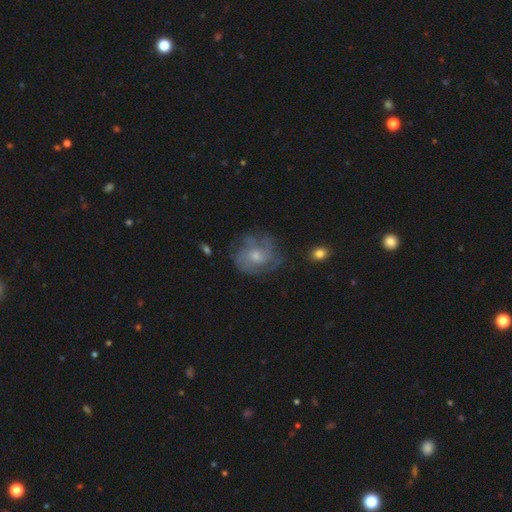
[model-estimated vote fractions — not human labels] Q: Smooth or featured?
A: featured or disk (71%); runner-up: smooth (18%)
Q: Edge-on disk?
A: no (97%); runner-up: yes (3%)
Q: Bar?
A: no (70%); runner-up: weak (27%)
Q: Spiral arms?
A: yes (88%); runner-up: no (12%)
Q: Spiral winding?
A: tight (47%); runner-up: medium (40%)
Q: Spiral arm count?
A: can't tell (38%); runner-up: 3 (23%)
Q: Bulge size?
A: moderate (48%); runner-up: small (46%)
Q: Merging?
A: none (73%); runner-up: minor disturbance (17%)